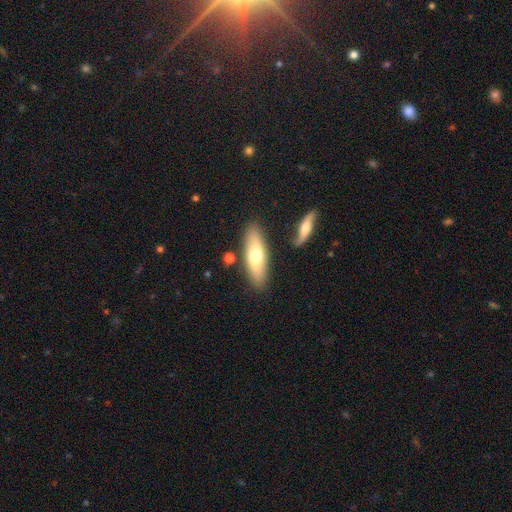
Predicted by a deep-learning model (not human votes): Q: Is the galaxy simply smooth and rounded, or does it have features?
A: smooth — 65%.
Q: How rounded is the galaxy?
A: in between — 55%.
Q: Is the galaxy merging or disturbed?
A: none — 81%.